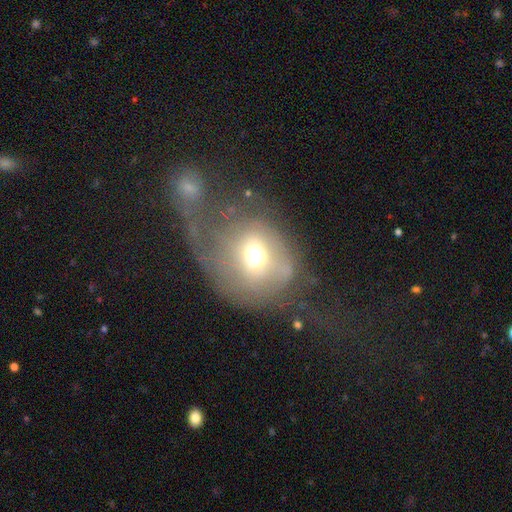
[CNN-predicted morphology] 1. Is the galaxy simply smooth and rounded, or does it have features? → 49% smooth, 37% featured or disk, 14% star or artifact.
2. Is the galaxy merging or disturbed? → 46% major disturbance, 23% none, 16% minor disturbance, 15% merger.